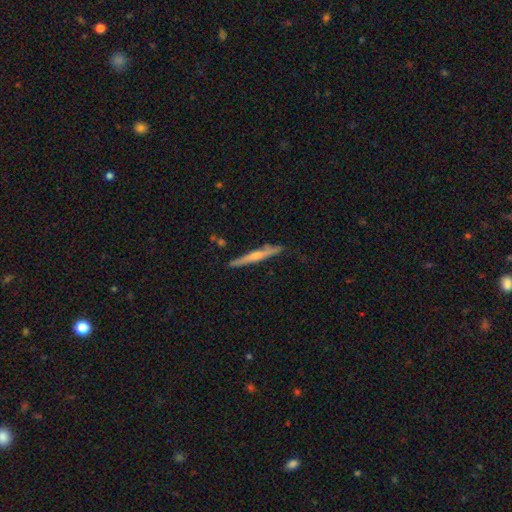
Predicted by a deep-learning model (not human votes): A featured or disk galaxy (61%) viewed edge-on (97%) with a rounded central bulge (66%). Merging: none (85%).